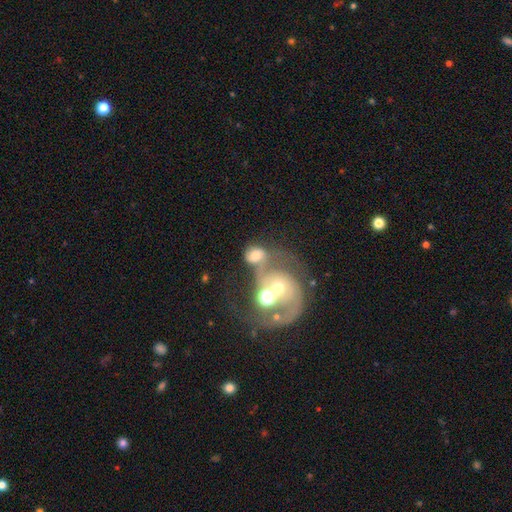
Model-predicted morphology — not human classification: Q: Smooth or featured?
A: smooth (50%); runner-up: featured or disk (39%)
Q: Merging?
A: merger (51%); runner-up: none (22%)